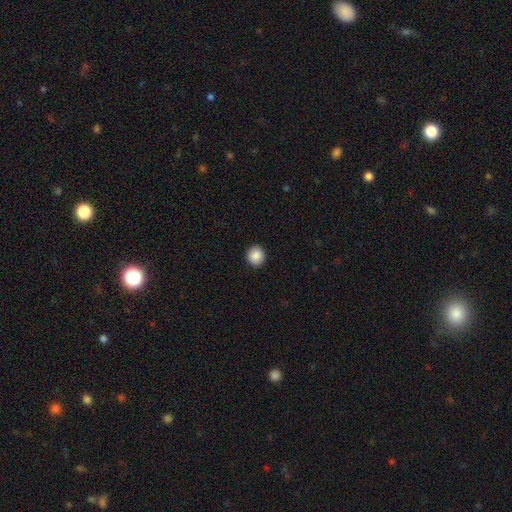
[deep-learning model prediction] smooth-or-featured: smooth: 89% | star or artifact: 8% | featured or disk: 3%
  how-rounded: round: 83% | in between: 16% | cigar-shaped: 1%
  merging: none: 91% | minor disturbance: 6% | major disturbance: 2% | merger: 1%